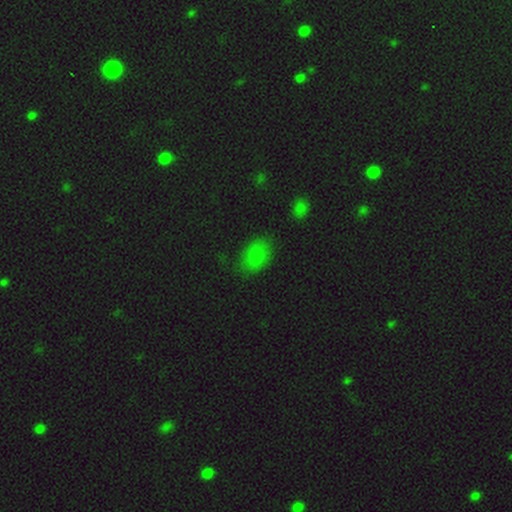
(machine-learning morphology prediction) Smooth or featured?
  - smooth: 77% *
  - star or artifact: 16%
  - featured or disk: 7%
How rounded?
  - in between: 85% *
  - round: 14%
  - cigar-shaped: 2%
Merging?
  - none: 73% *
  - minor disturbance: 20%
  - major disturbance: 5%
  - merger: 2%